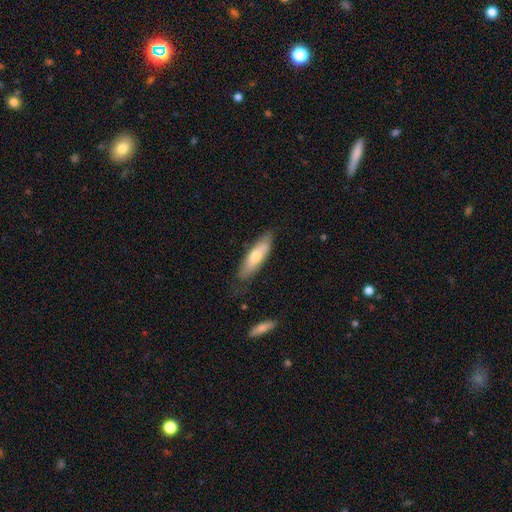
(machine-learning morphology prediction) Q: Smooth or featured?
A: smooth (61%); runner-up: featured or disk (33%)
Q: How rounded?
A: cigar-shaped (58%); runner-up: in between (40%)
Q: Merging?
A: none (73%); runner-up: minor disturbance (21%)